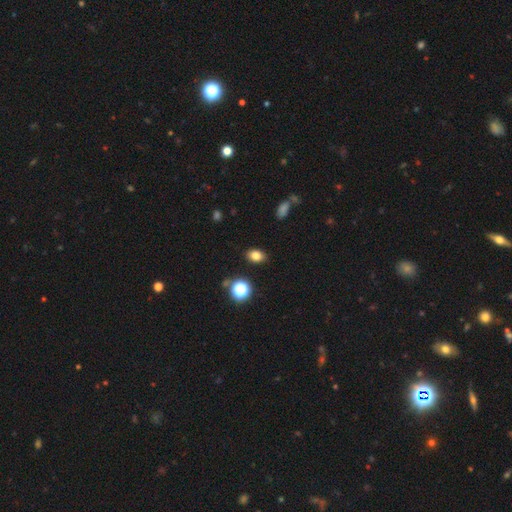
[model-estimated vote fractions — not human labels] Smooth or featured? smooth (78%)
How rounded? in between (76%)
Merging? none (87%)